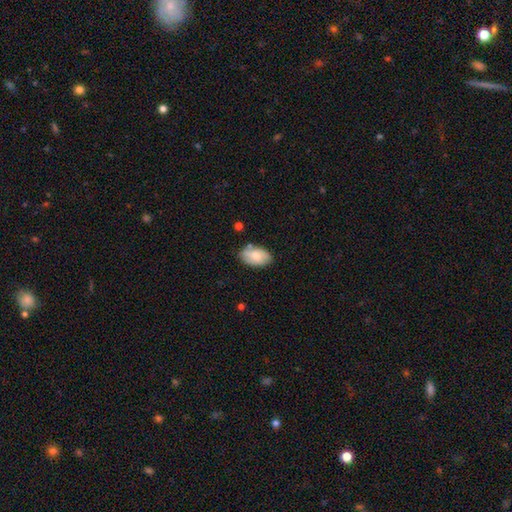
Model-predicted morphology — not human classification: Smooth or featured? Predicted: smooth (p=0.70). How rounded? Predicted: in between (p=0.93). Merging? Predicted: none (p=0.71).